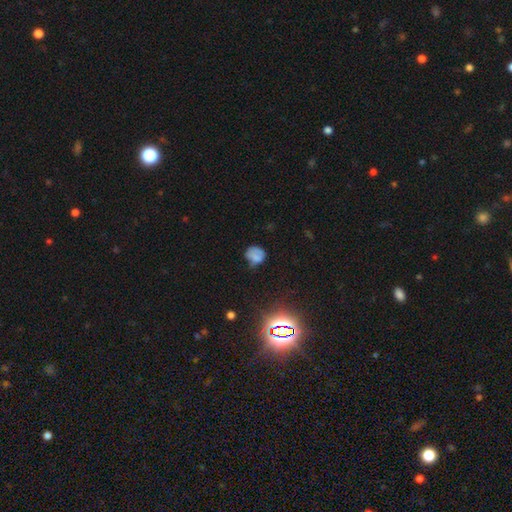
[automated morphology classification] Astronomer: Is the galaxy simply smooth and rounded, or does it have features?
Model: smooth — 66%.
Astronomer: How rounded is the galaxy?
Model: round — 64%.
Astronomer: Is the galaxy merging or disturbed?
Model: none — 47% (runner-up: minor disturbance, 33%).